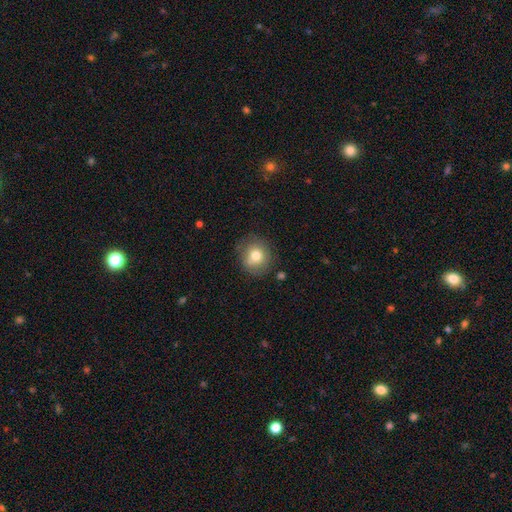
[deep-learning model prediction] smooth_or_featured: smooth (p=0.77) [alt: featured or disk p=0.14]
how_rounded: round (p=0.86) [alt: in between p=0.13]
merging: none (p=0.78) [alt: minor disturbance p=0.15]